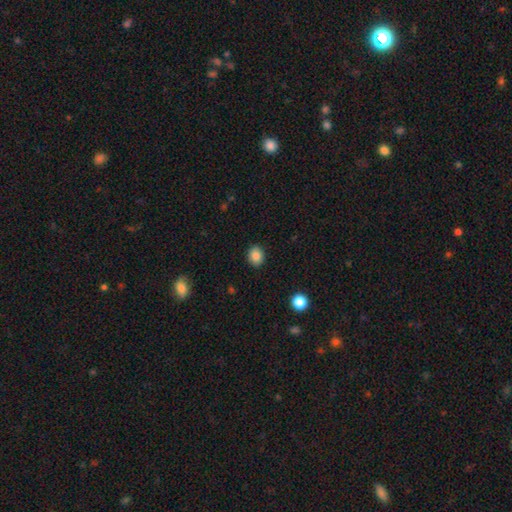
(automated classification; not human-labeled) Smooth or featured: smooth — 86% (star or artifact — 10%)
How rounded: round — 51% (in between — 48%)
Merging: none — 89% (minor disturbance — 8%)